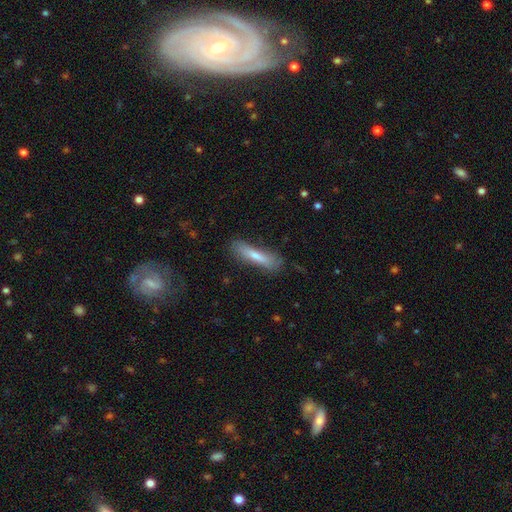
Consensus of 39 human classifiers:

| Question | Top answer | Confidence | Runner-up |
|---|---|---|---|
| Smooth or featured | smooth | 49% | tied: featured or disk (49%) |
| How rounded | cigar-shaped | 89% | in between (11%) |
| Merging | none | 66% | minor disturbance (29%) |